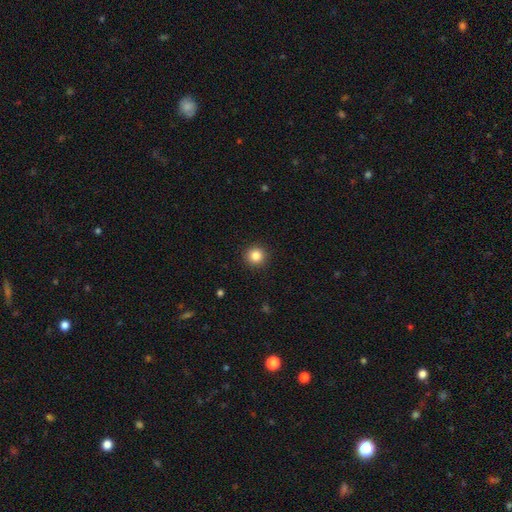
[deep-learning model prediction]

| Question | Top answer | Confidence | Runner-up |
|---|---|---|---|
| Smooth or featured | smooth | 84% | star or artifact (11%) |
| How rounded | round | 95% | in between (4%) |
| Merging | none | 93% | minor disturbance (5%) |